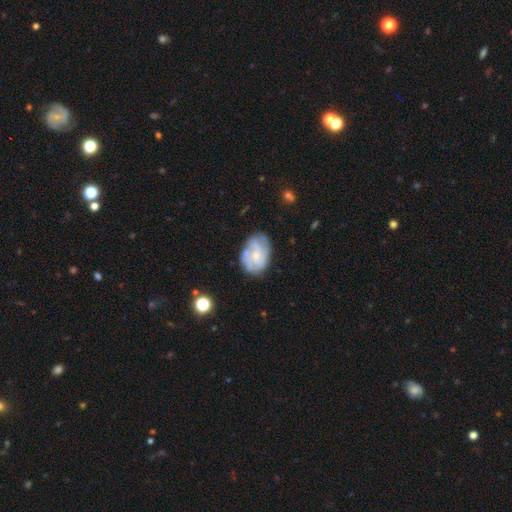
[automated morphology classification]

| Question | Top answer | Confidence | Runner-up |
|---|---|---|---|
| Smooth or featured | featured or disk | 62% | smooth (31%) |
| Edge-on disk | no | 97% | yes (3%) |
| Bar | no | 71% | weak (25%) |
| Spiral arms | yes | 66% | no (34%) |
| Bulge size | small | 46% | moderate (36%) |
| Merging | none | 64% | minor disturbance (23%) |